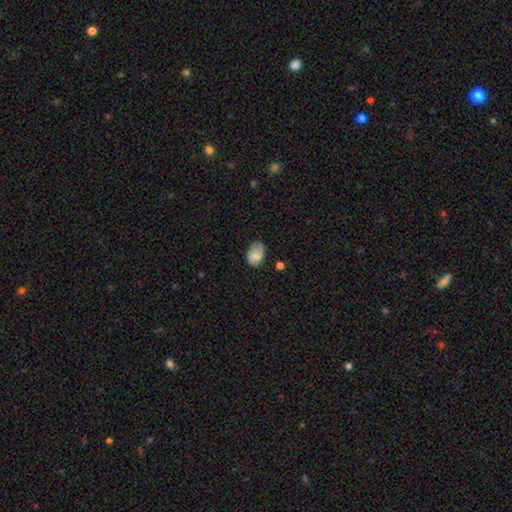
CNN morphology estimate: smooth-or-featured: smooth: 71% | featured or disk: 21% | star or artifact: 8%
  how-rounded: in between: 81% | round: 17% | cigar-shaped: 1%
  merging: none: 61% | minor disturbance: 30% | major disturbance: 7% | merger: 2%